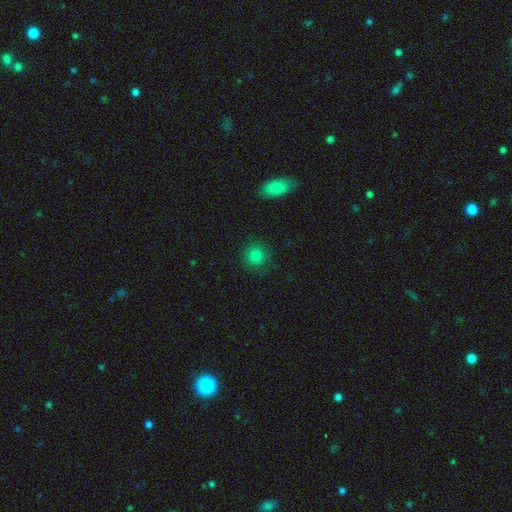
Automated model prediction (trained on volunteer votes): This appears to be a smooth galaxy with no disk features (82%) that is round (92%). Merging: none (89%).